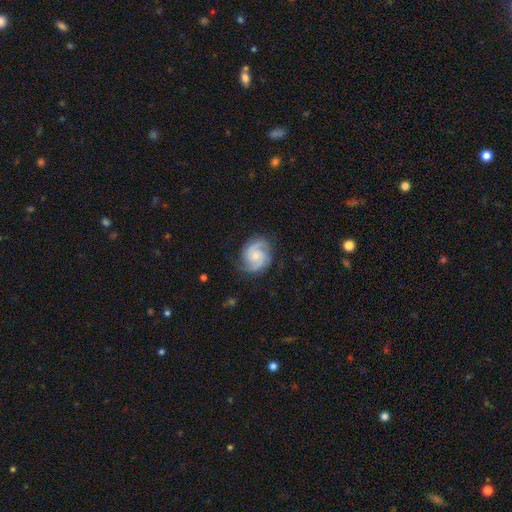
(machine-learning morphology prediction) type=featured or disk (84%); edge-on=no (98%); bar=no (61%); spiral arms=yes (98%); winding=medium (50%); arm count=2 (74%); bulge=small (55%); merging=none (79%).